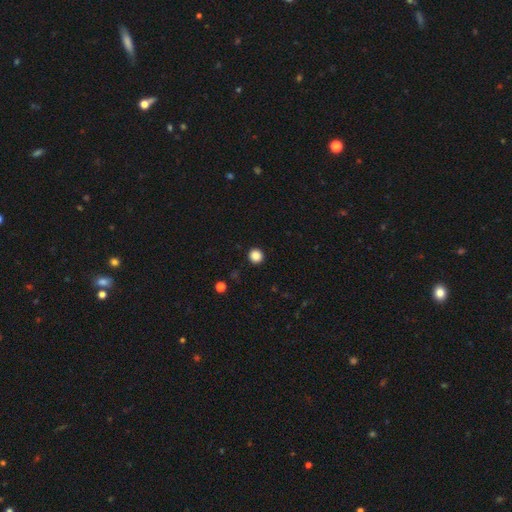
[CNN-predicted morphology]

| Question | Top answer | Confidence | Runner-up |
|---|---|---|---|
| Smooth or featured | smooth | 87% | star or artifact (11%) |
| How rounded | round | 93% | in between (6%) |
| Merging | none | 93% | minor disturbance (4%) |